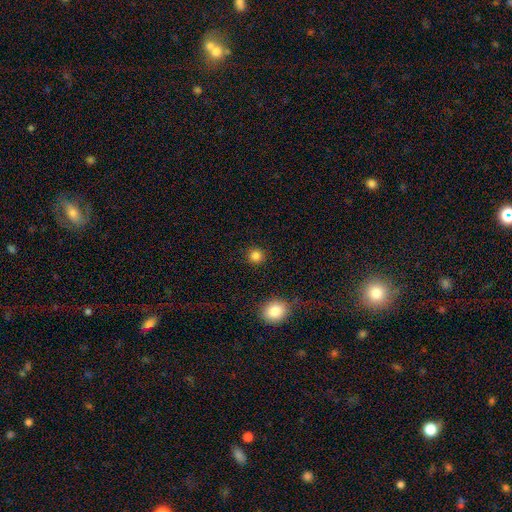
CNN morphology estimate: Overall: smooth (84%). How rounded: round (92%). Merging: none (91%).